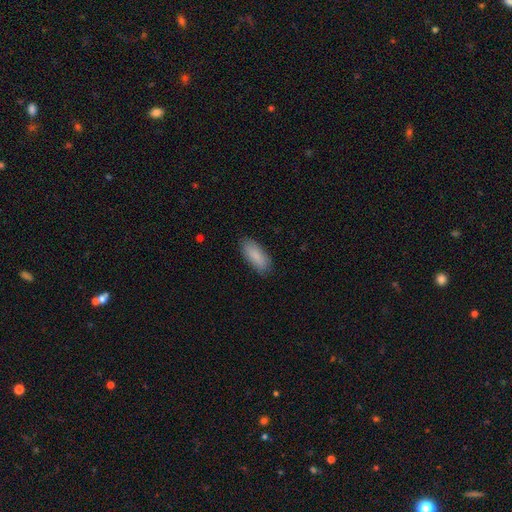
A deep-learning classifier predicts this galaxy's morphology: smooth-or-featured: smooth: 87% | featured or disk: 7% | star or artifact: 6%
  how-rounded: in between: 78% | cigar-shaped: 20% | round: 2%
  merging: none: 86% | minor disturbance: 10% | major disturbance: 2% | merger: 1%